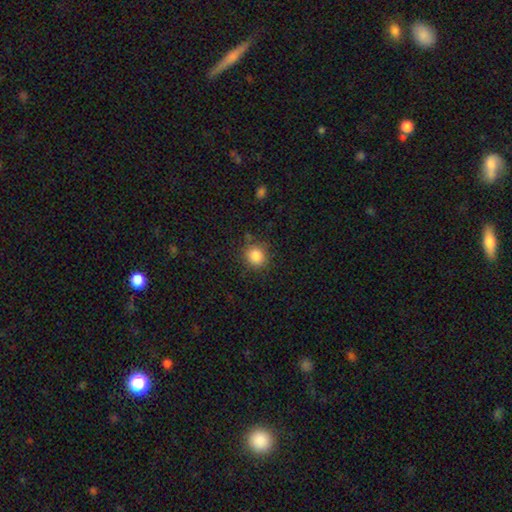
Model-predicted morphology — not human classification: Smooth or featured: smooth — 86% (star or artifact — 10%)
How rounded: round — 85% (in between — 14%)
Merging: none — 82% (minor disturbance — 12%)